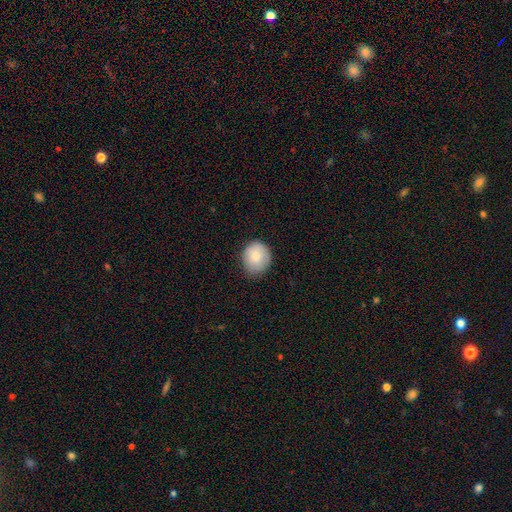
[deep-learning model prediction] The model was most divided on "how rounded": round: 70%, in between: 30%, cigar-shaped: 1%. More confident: smooth or featured — smooth (82%); merging — none (75%).